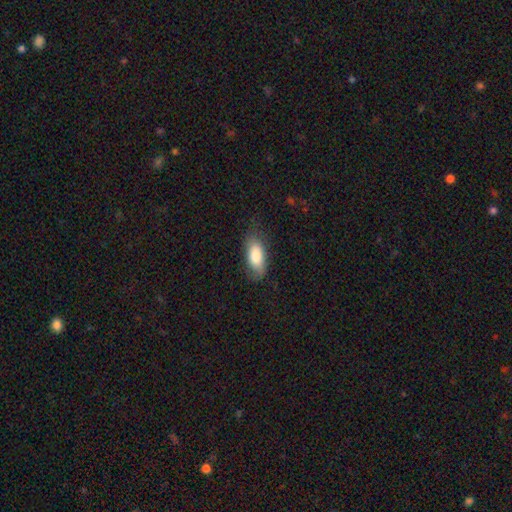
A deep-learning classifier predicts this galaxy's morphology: A smooth galaxy with no disk features (82%) that is in between round and cigar-shaped (84%). Merging: none (72%).